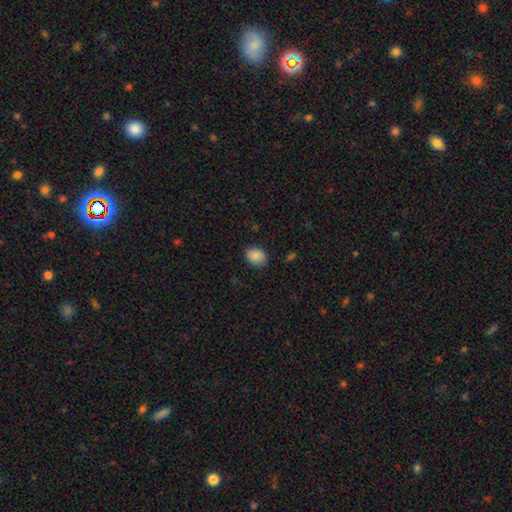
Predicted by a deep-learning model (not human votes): Smooth or featured: smooth — 87% (star or artifact — 8%)
How rounded: in between — 63% (round — 36%)
Merging: none — 83% (minor disturbance — 13%)